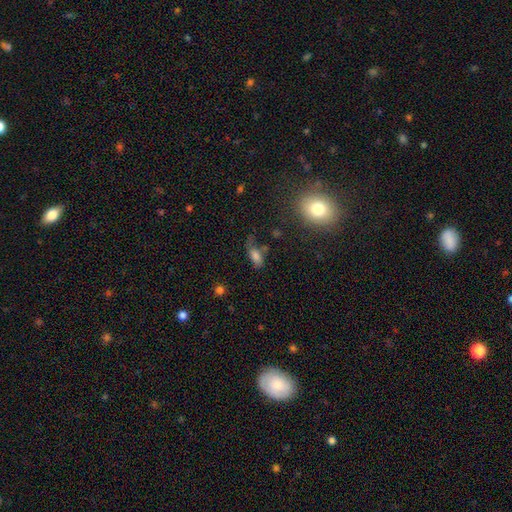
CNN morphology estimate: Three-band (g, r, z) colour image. It shows a smooth galaxy with no disk features (73%) that is in between round and cigar-shaped (86%). Merging: none (40%).